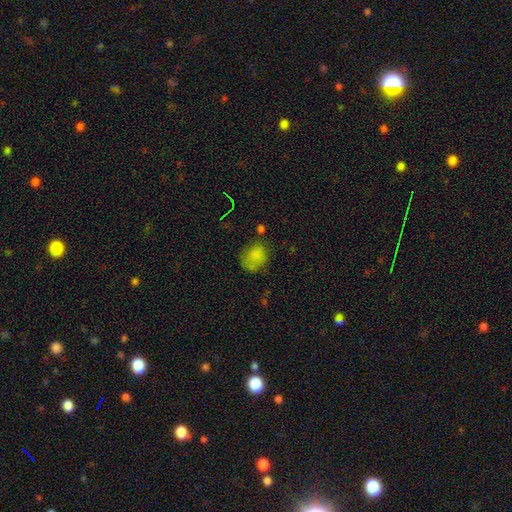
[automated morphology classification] This appears to be a smooth galaxy with no disk features (77%) that is round (61%). Merging: none (54%).